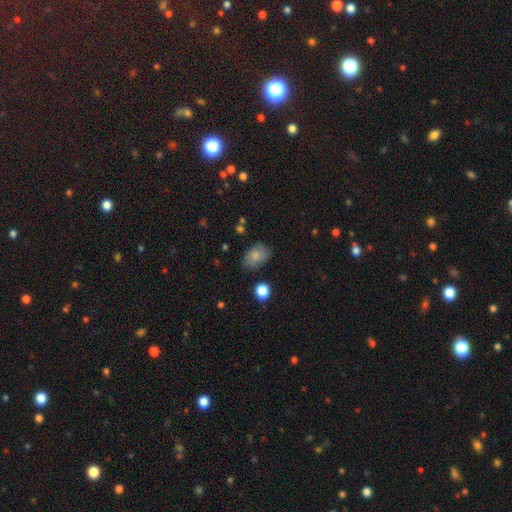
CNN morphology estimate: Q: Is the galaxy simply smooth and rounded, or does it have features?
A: smooth — 79%.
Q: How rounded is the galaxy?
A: in between — 82%.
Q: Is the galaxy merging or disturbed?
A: none — 74%.